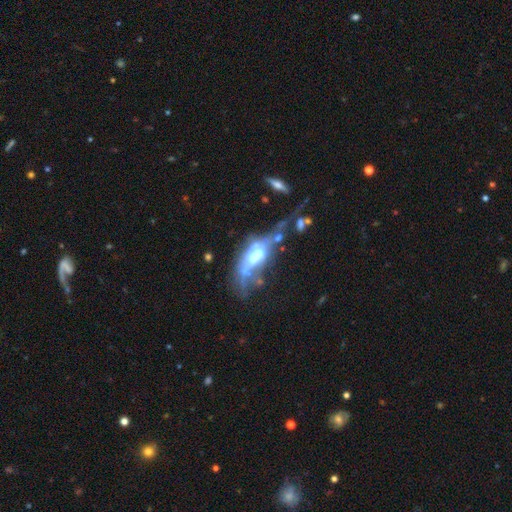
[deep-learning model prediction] A featured or disk galaxy (59%). Merging: major disturbance (43%).